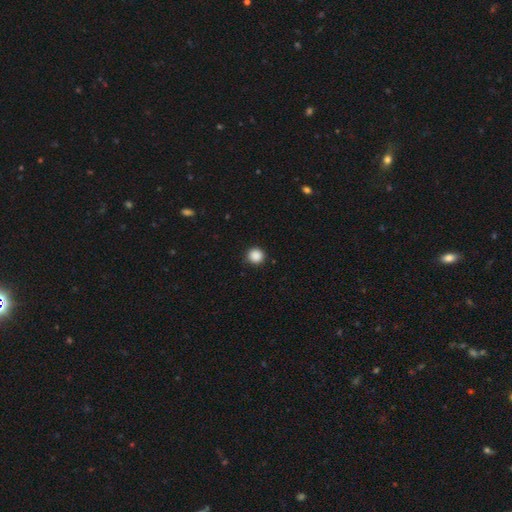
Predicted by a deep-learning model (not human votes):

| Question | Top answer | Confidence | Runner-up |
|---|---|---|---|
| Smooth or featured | smooth | 88% | star or artifact (10%) |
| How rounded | round | 94% | in between (5%) |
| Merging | none | 91% | minor disturbance (6%) |